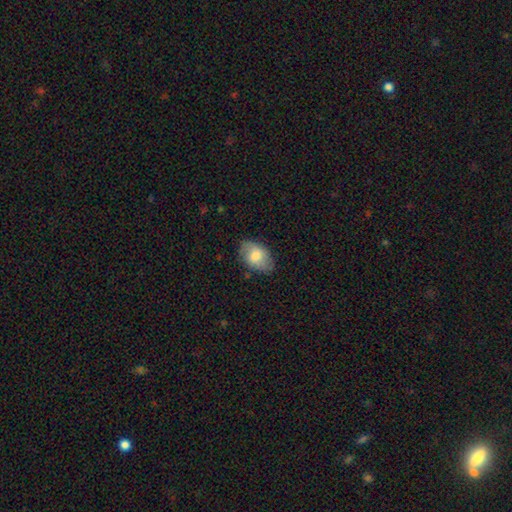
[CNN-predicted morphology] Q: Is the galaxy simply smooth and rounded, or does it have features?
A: smooth — 72%.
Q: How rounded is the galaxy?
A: in between — 88%.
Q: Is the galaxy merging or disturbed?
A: none — 77%.